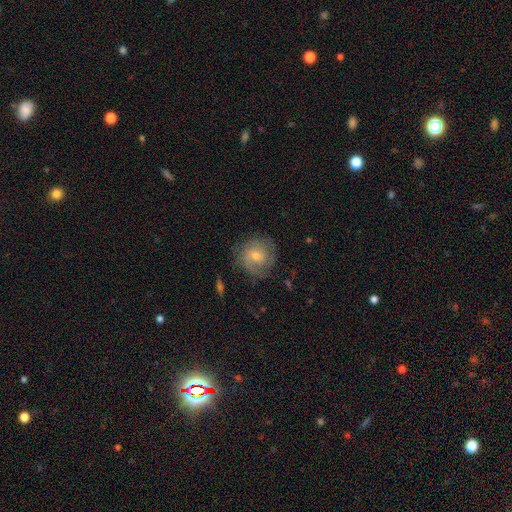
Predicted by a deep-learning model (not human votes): Smooth or featured?
  - featured or disk: 62% *
  - smooth: 28%
  - star or artifact: 10%
Edge-on disk?
  - no: 97% *
  - yes: 3%
Bar?
  - no: 64% *
  - weak: 31%
  - strong: 6%
Spiral arms?
  - yes: 86% *
  - no: 14%
Spiral winding?
  - tight: 58% *
  - medium: 31%
  - loose: 11%
Spiral arm count?
  - can't tell: 38% *
  - 2: 35%
  - 3: 11%
  - 1: 8%
  - 4: 4%
  - more than 4: 3%
Bulge size?
  - small: 48% *
  - moderate: 47%
  - large: 2%
  - none: 2%
  - dominant: 1%
Merging?
  - none: 75% *
  - minor disturbance: 17%
  - major disturbance: 7%
  - merger: 1%